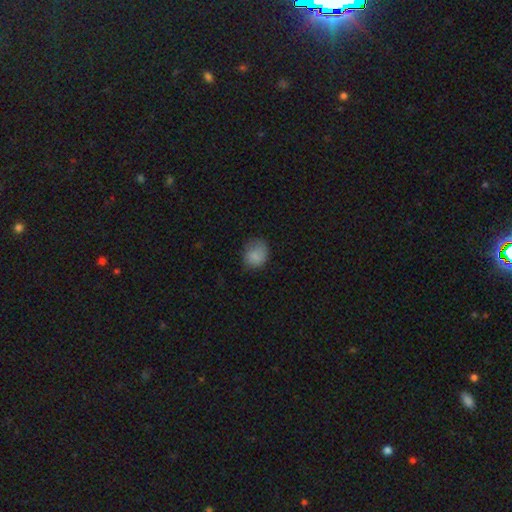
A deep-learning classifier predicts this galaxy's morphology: Smooth or featured? smooth (83%)
How rounded? round (63%)
Merging? none (64%)